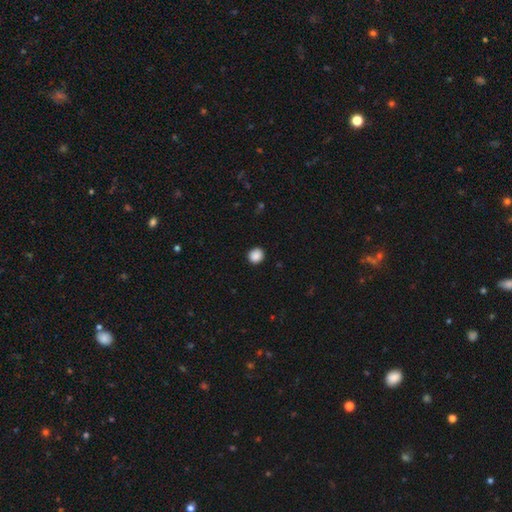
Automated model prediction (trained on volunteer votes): Q: Smooth or featured?
A: smooth (89%); runner-up: star or artifact (9%)
Q: How rounded?
A: round (88%); runner-up: in between (11%)
Q: Merging?
A: none (92%); runner-up: minor disturbance (5%)